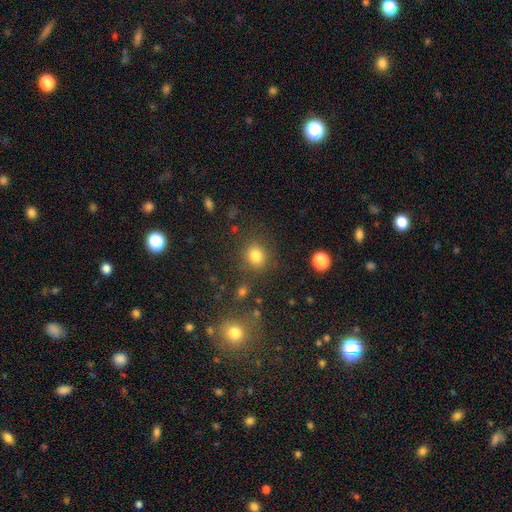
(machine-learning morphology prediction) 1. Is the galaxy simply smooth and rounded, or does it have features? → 81% smooth, 13% star or artifact, 6% featured or disk.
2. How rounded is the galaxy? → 80% round, 19% in between, 1% cigar-shaped.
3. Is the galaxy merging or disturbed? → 81% none, 10% minor disturbance, 4% merger, 4% major disturbance.